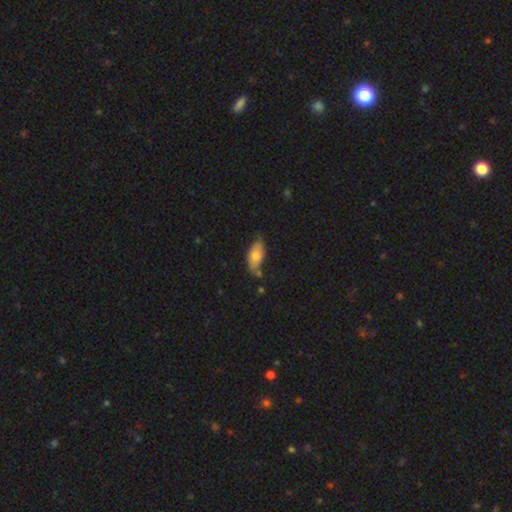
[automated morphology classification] Smooth or featured: smooth — 73% (featured or disk — 20%)
How rounded: in between — 88% (cigar-shaped — 9%)
Merging: none — 61% (minor disturbance — 28%)